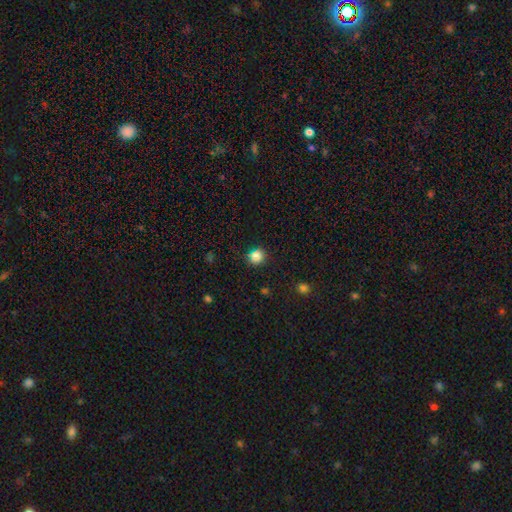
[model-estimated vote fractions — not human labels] Morphology: type=smooth (79%); roundness=round (83%); merging=none (77%).